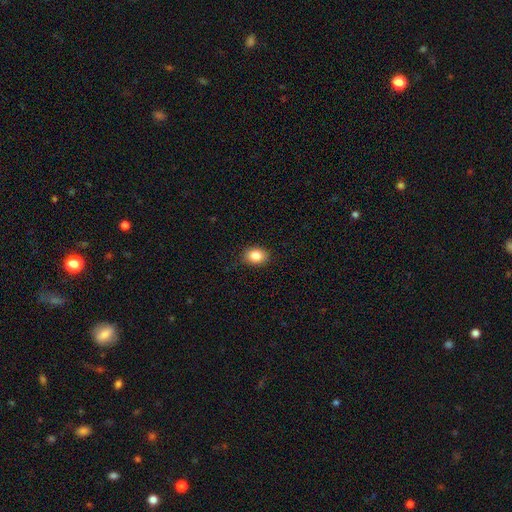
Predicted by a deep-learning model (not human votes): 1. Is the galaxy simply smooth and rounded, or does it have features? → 85% smooth, 9% star or artifact, 6% featured or disk.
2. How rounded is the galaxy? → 62% in between, 37% round, 1% cigar-shaped.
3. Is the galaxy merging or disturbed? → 85% none, 11% minor disturbance, 2% major disturbance, 1% merger.